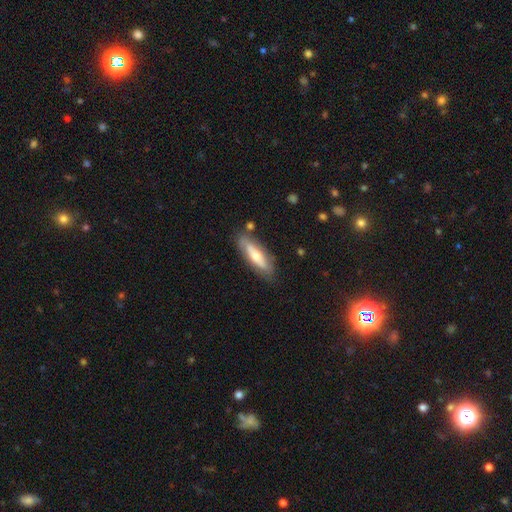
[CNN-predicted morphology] smooth-or-featured: featured or disk: 52% | smooth: 42% | star or artifact: 6%
  disk-edge-on: yes: 53% | no: 47%
  merging: none: 79% | minor disturbance: 14% | major disturbance: 4% | merger: 3%